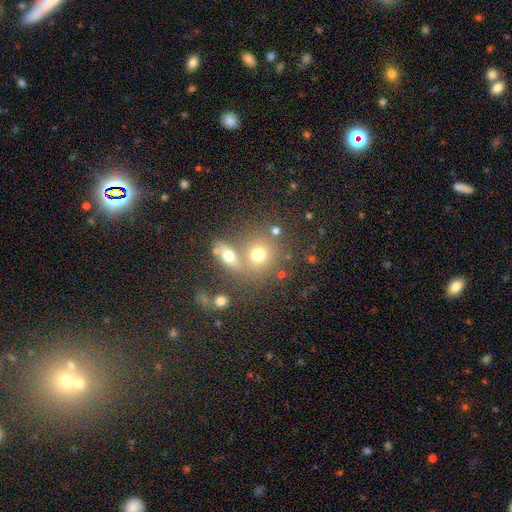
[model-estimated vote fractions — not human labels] Q: Smooth or featured?
A: smooth (61%); runner-up: star or artifact (23%)
Q: How rounded?
A: round (76%); runner-up: in between (23%)
Q: Merging?
A: none (46%); runner-up: merger (41%)